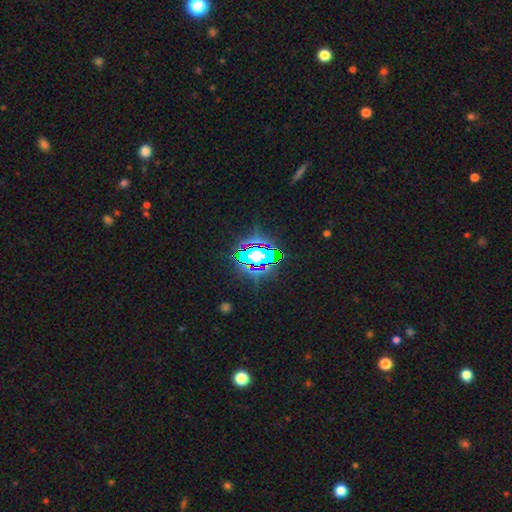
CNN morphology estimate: This is likely a star or artifact rather than a galaxy (62%).